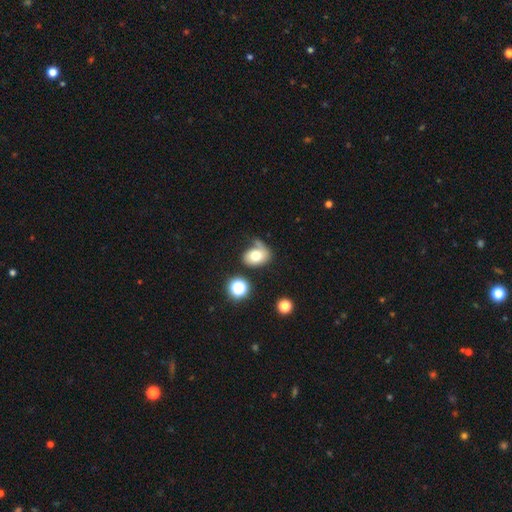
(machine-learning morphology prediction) A smooth galaxy with no disk features (68%) that is in between round and cigar-shaped (61%). Merging: none (44%).